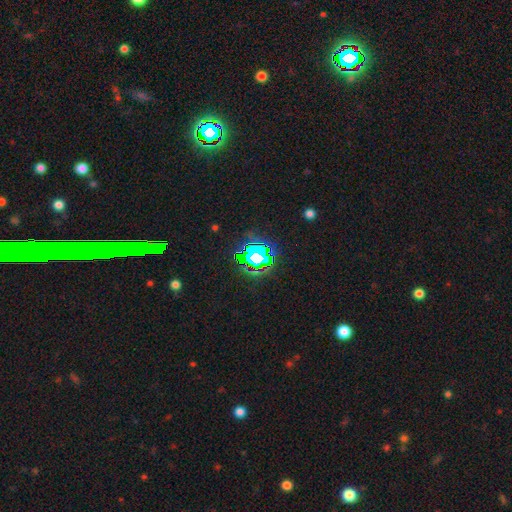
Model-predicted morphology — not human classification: A star or artifact, not a galaxy (71%).

Vote fractions:
- Smooth or featured? star or artifact: 71% / smooth: 17% / featured or disk: 11%